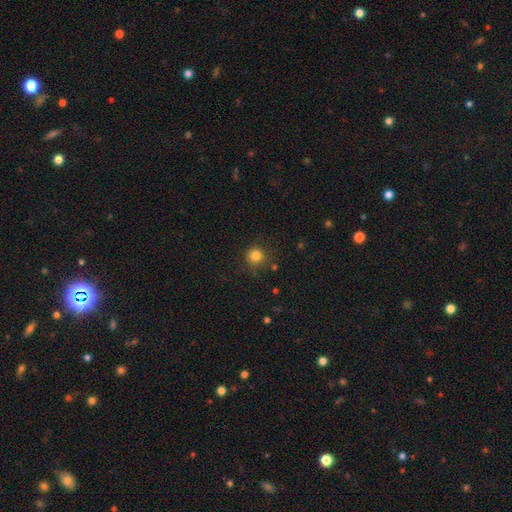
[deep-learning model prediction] This is clearly a smooth galaxy (82%). How rounded: clearly round (93%). Merging: clearly none (85%).